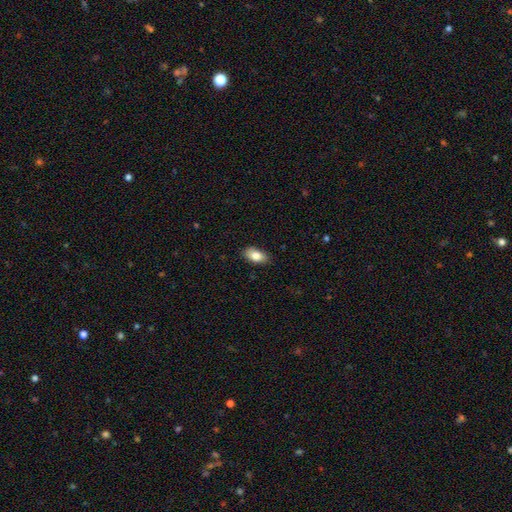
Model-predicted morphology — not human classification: smooth-or-featured: smooth: 83% | featured or disk: 10% | star or artifact: 7%
  how-rounded: in between: 91% | round: 5% | cigar-shaped: 4%
  merging: none: 86% | minor disturbance: 11% | major disturbance: 2% | merger: 1%